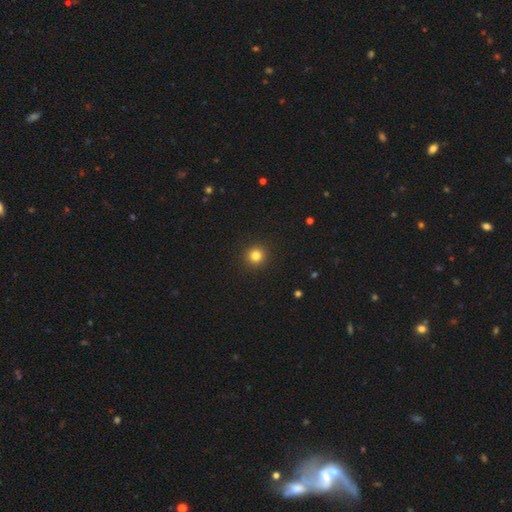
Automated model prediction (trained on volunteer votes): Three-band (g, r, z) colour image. It shows a smooth galaxy with no disk features (82%) that is round (95%). Merging: none (93%).